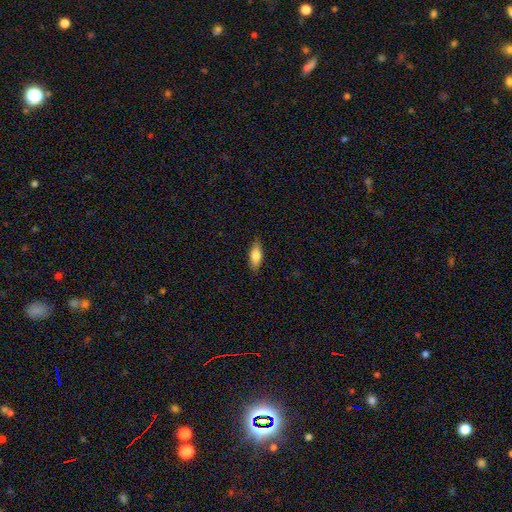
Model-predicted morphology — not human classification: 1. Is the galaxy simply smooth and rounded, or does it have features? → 77% smooth, 16% featured or disk, 6% star or artifact.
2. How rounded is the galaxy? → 75% in between, 23% cigar-shaped, 3% round.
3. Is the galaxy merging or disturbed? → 86% none, 10% minor disturbance, 2% major disturbance, 1% merger.